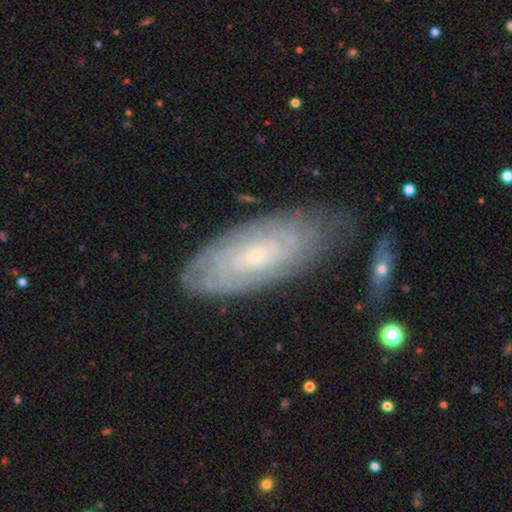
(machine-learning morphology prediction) A featured or disk galaxy (69%) with no bar (76%), tight (79%) spiral arms (85%) and a small central bulge (80%).

Vote fractions:
- Smooth or featured? featured or disk: 69% / smooth: 24% / star or artifact: 8%
- Edge-on disk? no: 89% / yes: 11%
- Bar? no: 76% / weak: 20% / strong: 4%
- Spiral arms? yes: 85% / no: 15%
- Spiral winding? tight: 79% / medium: 16% / loose: 5%
- Spiral arm count? can't tell: 66% / 4: 9% / 2: 8% / more than 4: 8% / 3: 6% / 1: 4%
- Bulge size? small: 80% / moderate: 16% / none: 2% / large: 1% / dominant: 1%
- Merging? none: 72% / minor disturbance: 20% / major disturbance: 6% / merger: 3%